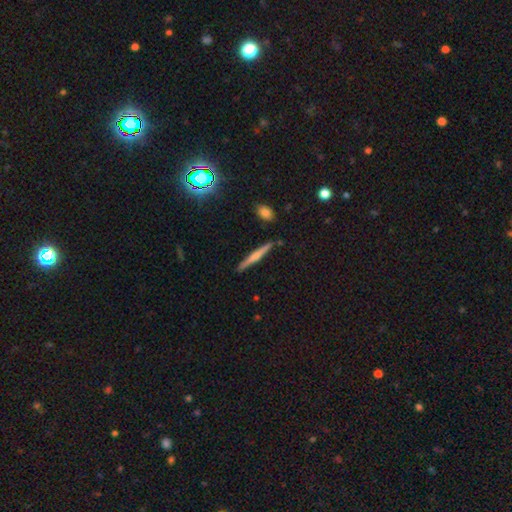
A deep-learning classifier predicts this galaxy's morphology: A featured or disk galaxy (54%) viewed edge-on (97%) with a rounded central bulge (68%).

Vote fractions:
- Smooth or featured? featured or disk: 54% / smooth: 39% / star or artifact: 6%
- Edge-on disk? yes: 97% / no: 3%
- Edge-on bulge? rounded: 68% / none: 23% / boxy: 9%
- Merging? none: 89% / minor disturbance: 8% / merger: 2% / major disturbance: 2%